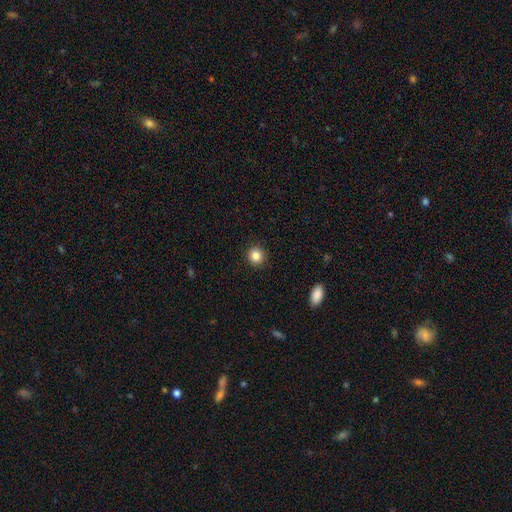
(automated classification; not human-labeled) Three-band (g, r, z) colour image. It shows a smooth galaxy with no disk features (85%) that is round (91%). Merging: none (92%).